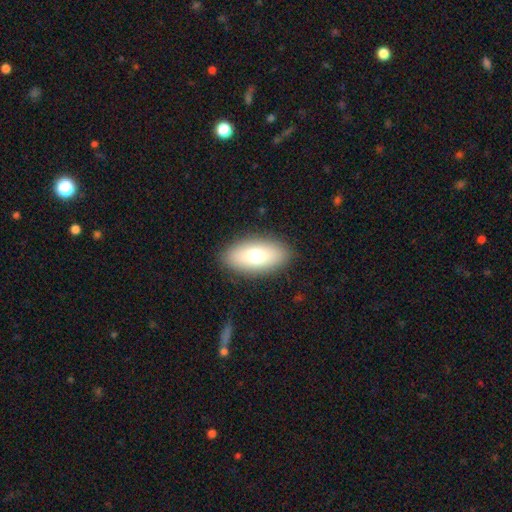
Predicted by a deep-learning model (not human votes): A smooth galaxy with no disk features (74%) that is in between round and cigar-shaped (90%). Merging: none (88%).